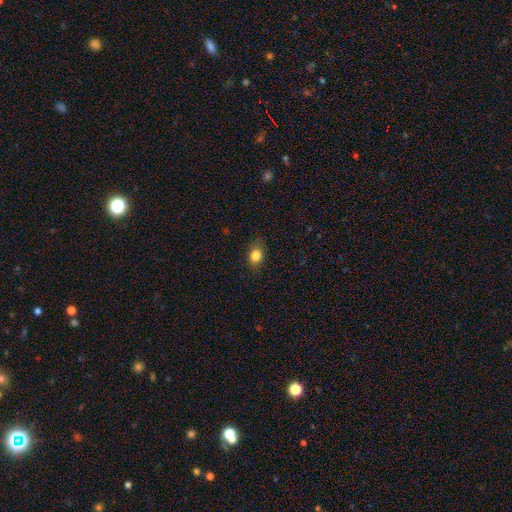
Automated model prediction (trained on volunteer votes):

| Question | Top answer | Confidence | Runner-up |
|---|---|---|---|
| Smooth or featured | smooth | 84% | star or artifact (9%) |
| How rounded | in between | 67% | round (31%) |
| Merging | none | 80% | minor disturbance (15%) |